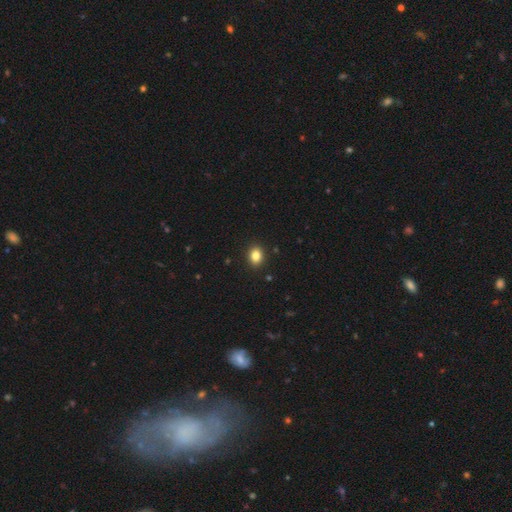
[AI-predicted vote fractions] Smooth or featured?
  - smooth: 85% *
  - star or artifact: 10%
  - featured or disk: 6%
How rounded?
  - in between: 59% *
  - round: 40%
  - cigar-shaped: 1%
Merging?
  - none: 90% *
  - minor disturbance: 7%
  - major disturbance: 2%
  - merger: 1%